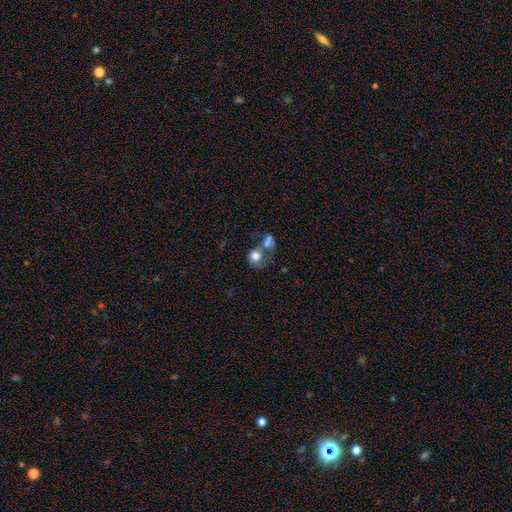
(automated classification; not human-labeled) Smooth or featured?
  - smooth: 63% *
  - featured or disk: 27%
  - star or artifact: 10%
How rounded?
  - round: 67% *
  - in between: 31%
  - cigar-shaped: 1%
Merging?
  - merger: 59% *
  - none: 17%
  - major disturbance: 15%
  - minor disturbance: 9%